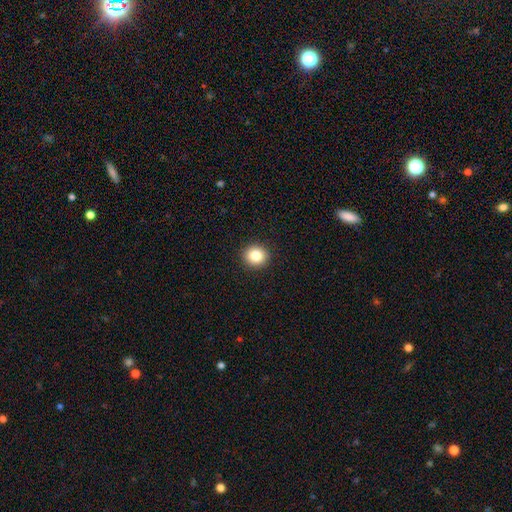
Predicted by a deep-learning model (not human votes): Smooth or featured? smooth (84%)
How rounded? round (86%)
Merging? none (93%)